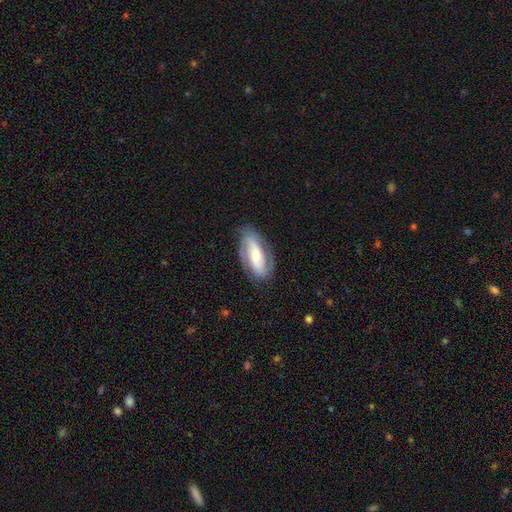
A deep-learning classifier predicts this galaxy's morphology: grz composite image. It shows a featured or disk galaxy (65%) with a strong bar (40%), spiral arms (85%) and a moderate central bulge (38%). Merging: none (77%).